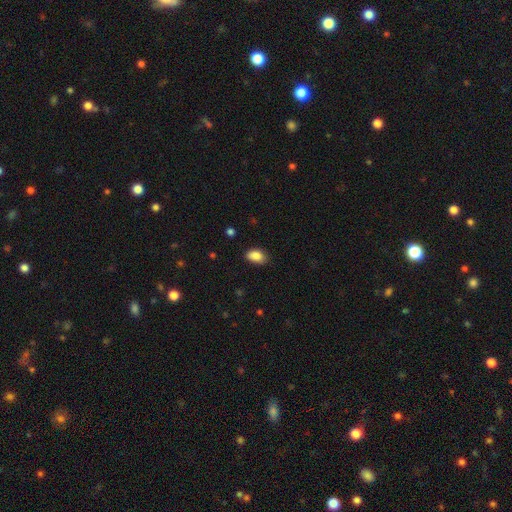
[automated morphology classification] Smooth or featured?
  - smooth: 88% *
  - star or artifact: 8%
  - featured or disk: 5%
How rounded?
  - in between: 90% *
  - round: 9%
  - cigar-shaped: 2%
Merging?
  - none: 76% *
  - minor disturbance: 20%
  - major disturbance: 3%
  - merger: 1%